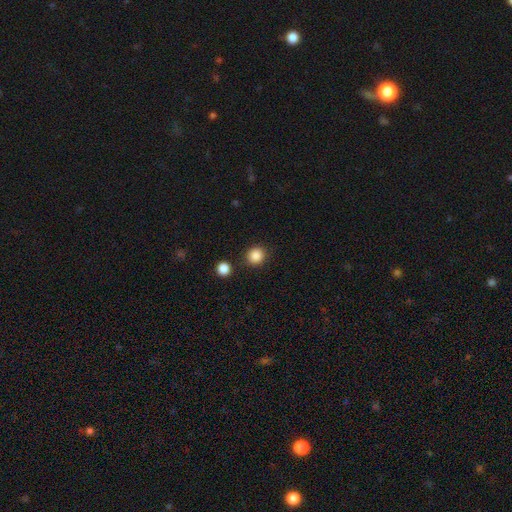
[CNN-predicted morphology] smooth-or-featured: smooth: 86% | star or artifact: 10% | featured or disk: 3%
  how-rounded: round: 88% | in between: 11% | cigar-shaped: 1%
  merging: none: 87% | minor disturbance: 7% | merger: 4% | major disturbance: 3%